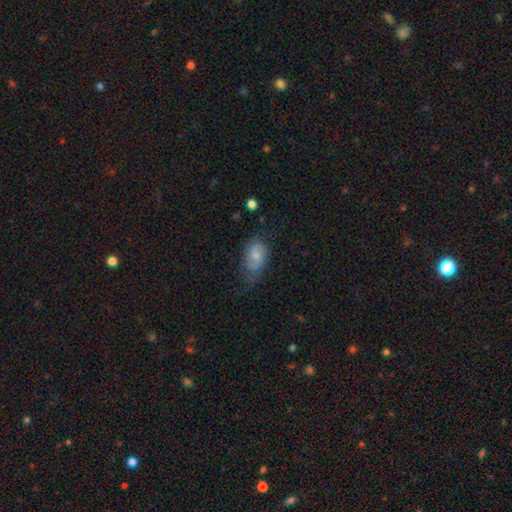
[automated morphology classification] Smooth or featured?
  - smooth: 60% *
  - featured or disk: 32%
  - star or artifact: 8%
How rounded?
  - in between: 84% *
  - round: 14%
  - cigar-shaped: 2%
Merging?
  - none: 44% *
  - minor disturbance: 33%
  - major disturbance: 21%
  - merger: 2%